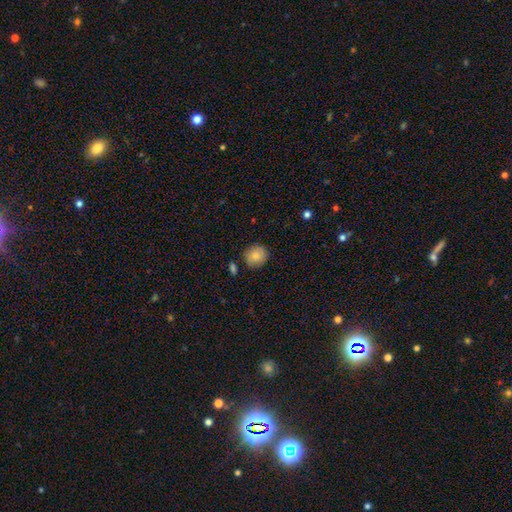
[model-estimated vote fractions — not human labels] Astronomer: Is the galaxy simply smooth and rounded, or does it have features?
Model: smooth — 87%.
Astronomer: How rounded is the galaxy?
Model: round — 84%.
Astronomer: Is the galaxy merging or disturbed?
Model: none — 83%.